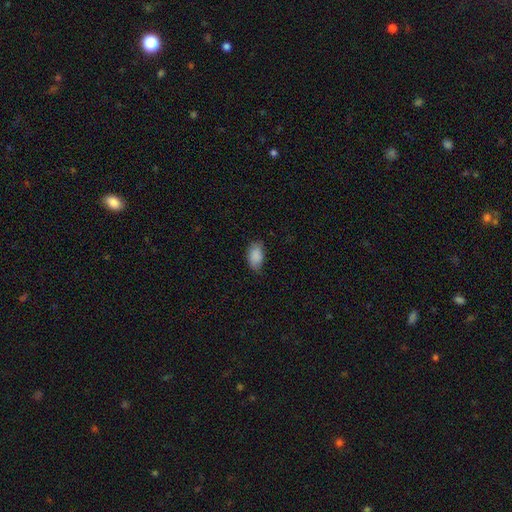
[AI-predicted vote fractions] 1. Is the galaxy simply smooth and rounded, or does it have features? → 88% smooth, 7% star or artifact, 5% featured or disk.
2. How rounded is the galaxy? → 91% in between, 8% round, 2% cigar-shaped.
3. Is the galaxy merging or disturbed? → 67% none, 26% minor disturbance, 5% major disturbance, 1% merger.